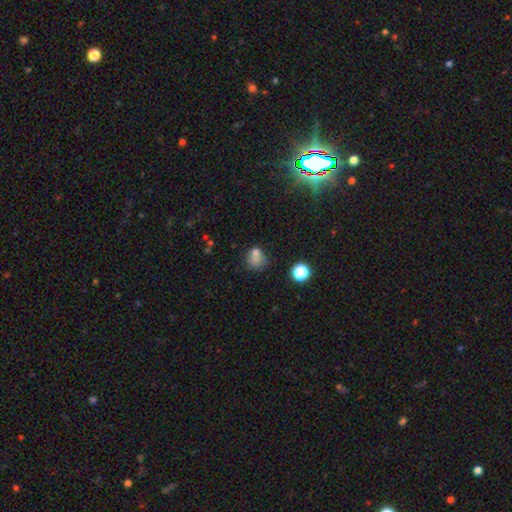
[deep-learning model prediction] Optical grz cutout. It shows a smooth galaxy with no disk features (71%) that is round (64%). Merging: none (48%).